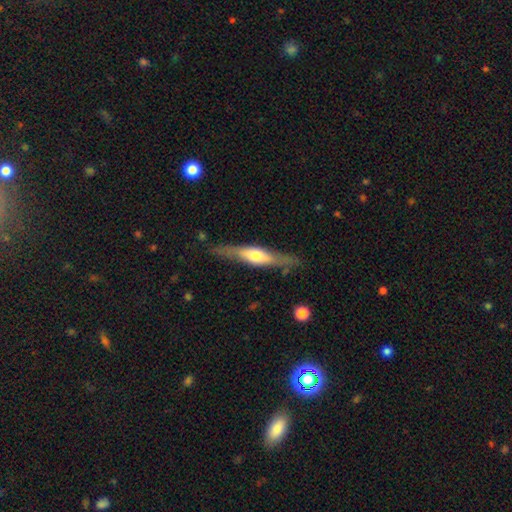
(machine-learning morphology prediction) Overall: featured or disk (63%; smooth 32%). Edge-on disk: yes (89%). Edge-on bulge: rounded (86%). Merging: none (80%).